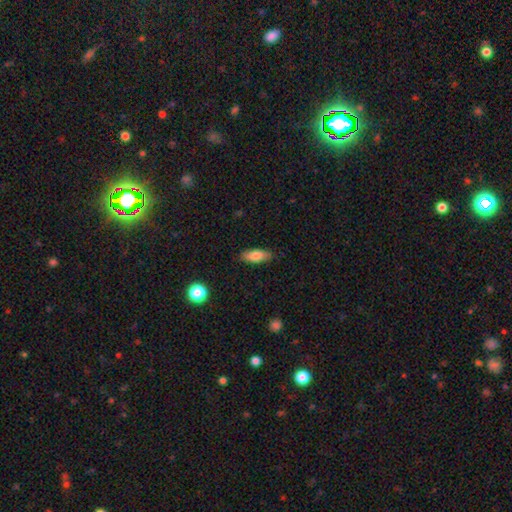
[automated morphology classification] Smooth or featured?
  - smooth: 78% *
  - featured or disk: 15%
  - star or artifact: 7%
How rounded?
  - in between: 73% *
  - cigar-shaped: 24%
  - round: 3%
Merging?
  - none: 86% *
  - minor disturbance: 11%
  - major disturbance: 2%
  - merger: 1%